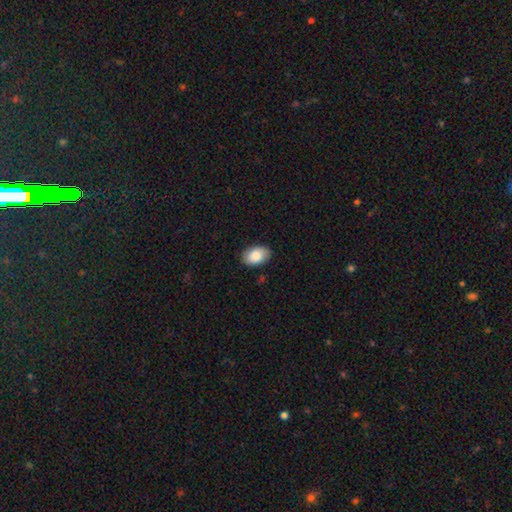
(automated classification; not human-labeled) This appears to be a smooth galaxy with no disk features (87%) that is in between round and cigar-shaped (91%). Merging: none (85%).